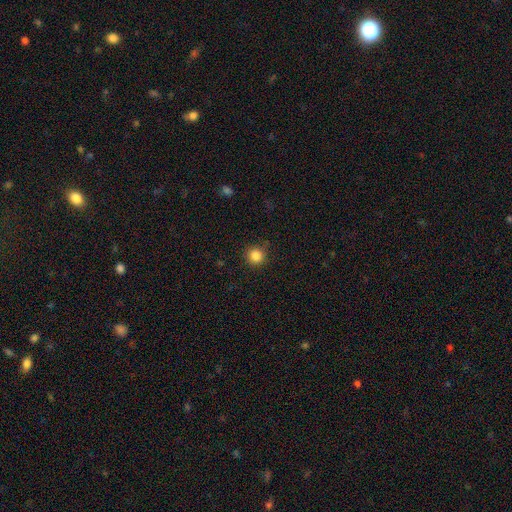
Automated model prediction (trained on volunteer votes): A smooth galaxy with no disk features (85%) that is round (94%).

Vote fractions:
- Smooth or featured? smooth: 85% / star or artifact: 11% / featured or disk: 4%
- How rounded? round: 94% / in between: 5% / cigar-shaped: 1%
- Merging? none: 88% / minor disturbance: 8% / major disturbance: 2% / merger: 1%